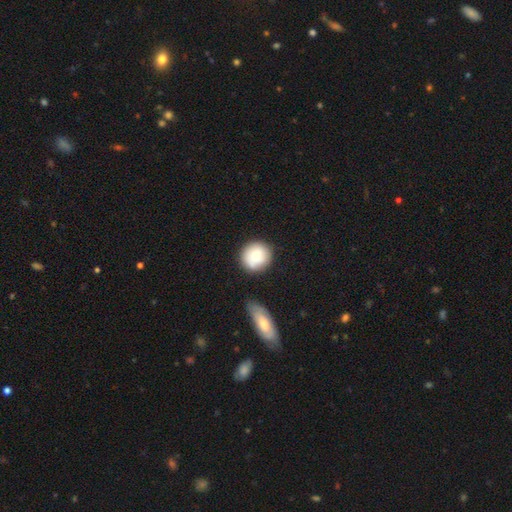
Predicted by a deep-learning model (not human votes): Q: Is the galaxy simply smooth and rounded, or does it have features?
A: smooth — 74%.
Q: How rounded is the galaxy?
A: round — 91%.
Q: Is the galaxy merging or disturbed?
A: none — 76%.